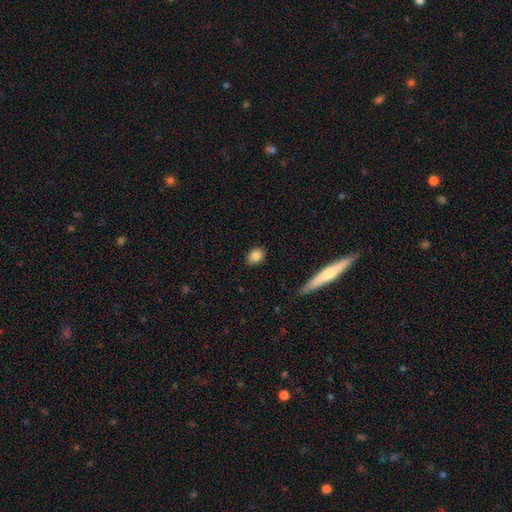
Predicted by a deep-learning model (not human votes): Q: Smooth or featured?
A: smooth (85%); runner-up: star or artifact (8%)
Q: How rounded?
A: in between (51%); runner-up: round (46%)
Q: Merging?
A: none (87%); runner-up: minor disturbance (9%)